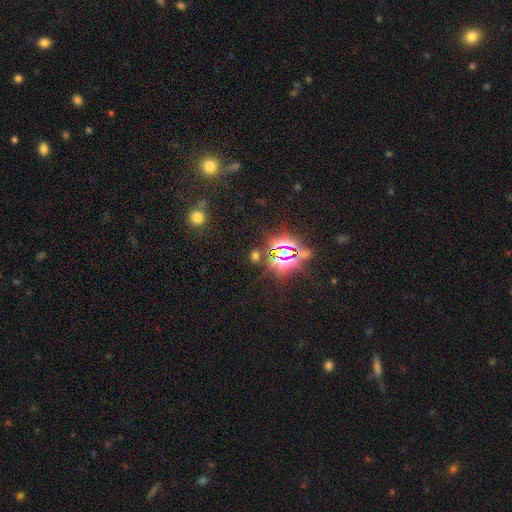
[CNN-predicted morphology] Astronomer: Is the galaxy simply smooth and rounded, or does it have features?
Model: star or artifact — 63%.